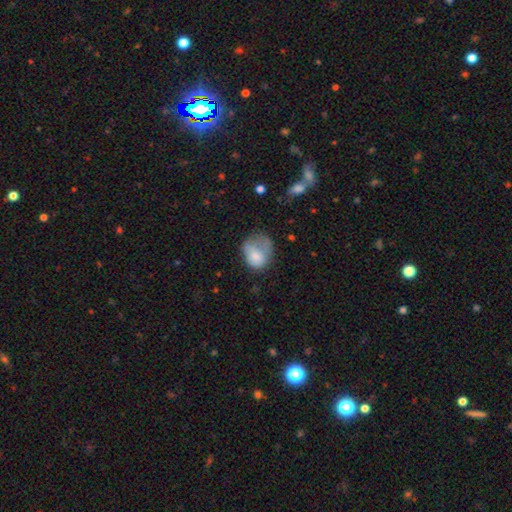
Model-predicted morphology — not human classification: The model was most divided on "merging": major disturbance: 42%, minor disturbance: 29%, none: 24%, merger: 6%. More confident: smooth or featured — smooth (69%); how rounded — in between (58%).